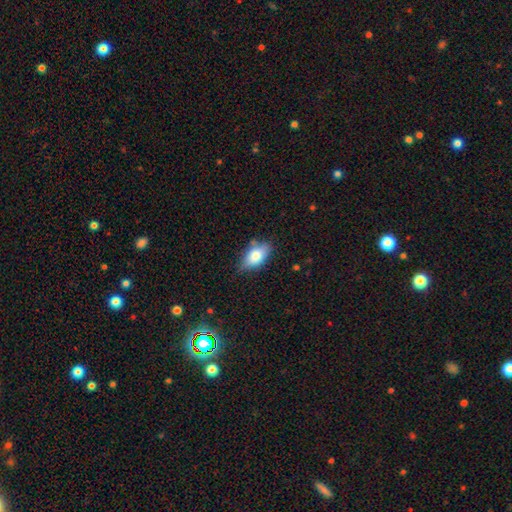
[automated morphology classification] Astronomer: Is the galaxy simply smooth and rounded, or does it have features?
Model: smooth — 78%.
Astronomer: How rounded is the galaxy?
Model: in between — 90%.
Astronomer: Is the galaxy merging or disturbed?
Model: none — 71%.